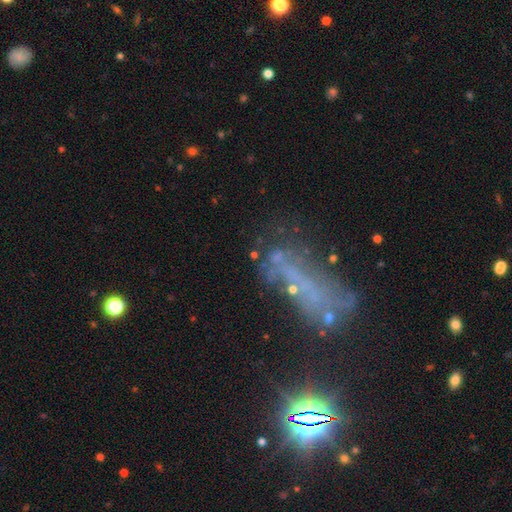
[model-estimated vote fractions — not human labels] Smooth or featured?
  - featured or disk: 43% *
  - smooth: 31%
  - star or artifact: 26%
Merging?
  - none: 45% *
  - major disturbance: 24%
  - minor disturbance: 18%
  - merger: 14%